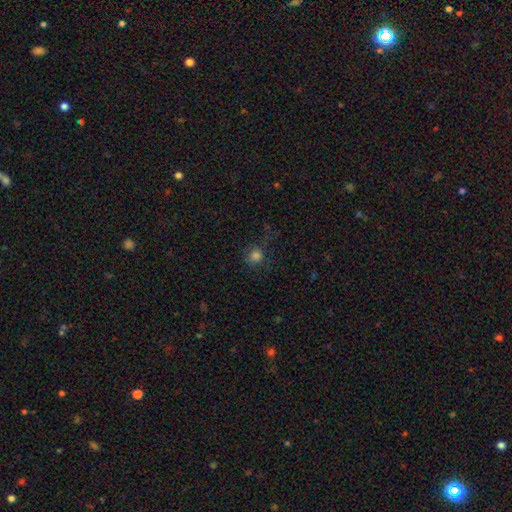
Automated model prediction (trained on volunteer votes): The model was most divided on "merging": none: 76%, minor disturbance: 14%, major disturbance: 8%, merger: 2%. More confident: how rounded — round (90%); smooth or featured — smooth (78%).